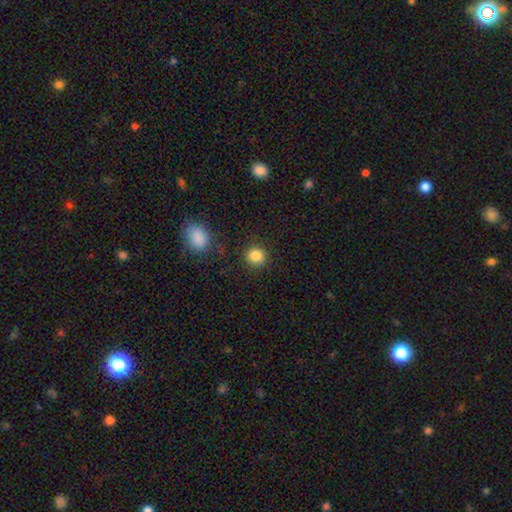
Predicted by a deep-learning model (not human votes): A smooth galaxy with no disk features (85%) that is round (87%). Merging: none (87%).